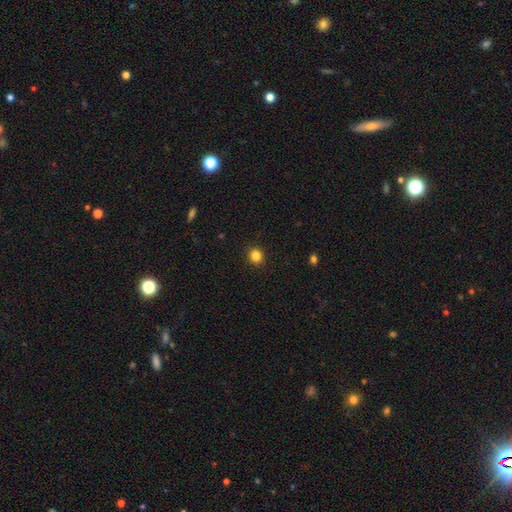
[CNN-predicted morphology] A smooth galaxy with no disk features (85%) that is round (82%).

Vote fractions:
- Smooth or featured? smooth: 85% / star or artifact: 12% / featured or disk: 4%
- How rounded? round: 82% / in between: 17% / cigar-shaped: 1%
- Merging? none: 92% / minor disturbance: 5% / major disturbance: 2% / merger: 1%